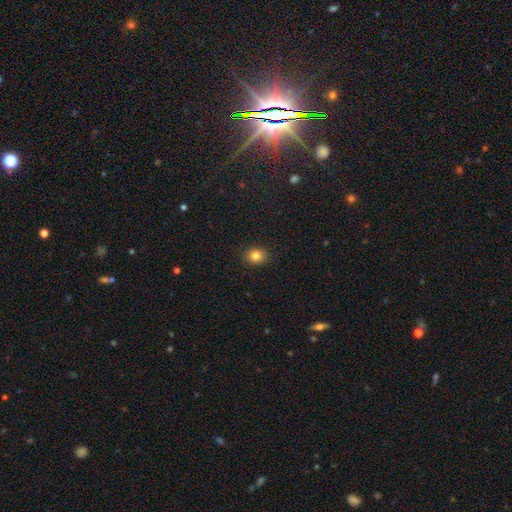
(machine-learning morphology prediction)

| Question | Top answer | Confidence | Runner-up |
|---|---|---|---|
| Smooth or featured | smooth | 82% | star or artifact (12%) |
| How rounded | round | 65% | in between (34%) |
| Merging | none | 91% | minor disturbance (7%) |